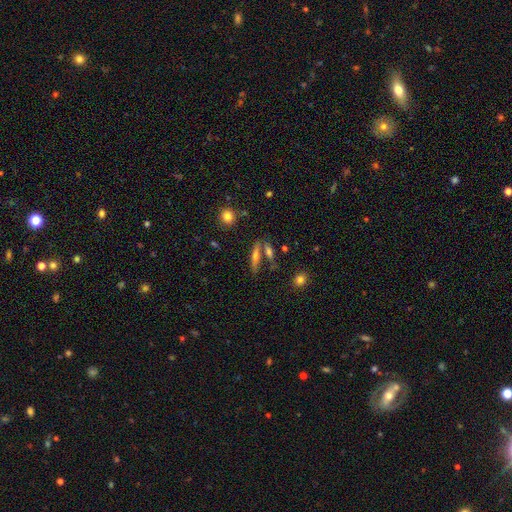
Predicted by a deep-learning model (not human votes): This appears to be a smooth galaxy with no disk features (46%). Merging: none (67%).